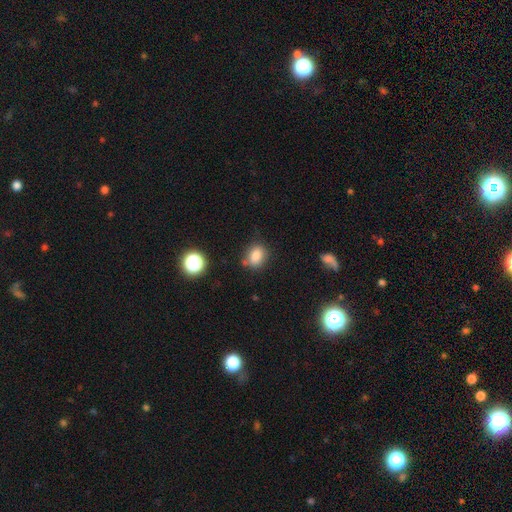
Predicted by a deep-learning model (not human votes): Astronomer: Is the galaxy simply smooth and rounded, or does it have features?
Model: smooth — 82%.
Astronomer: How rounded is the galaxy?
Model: in between — 61% (runner-up: round, 38%).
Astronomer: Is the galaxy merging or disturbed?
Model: none — 69%.